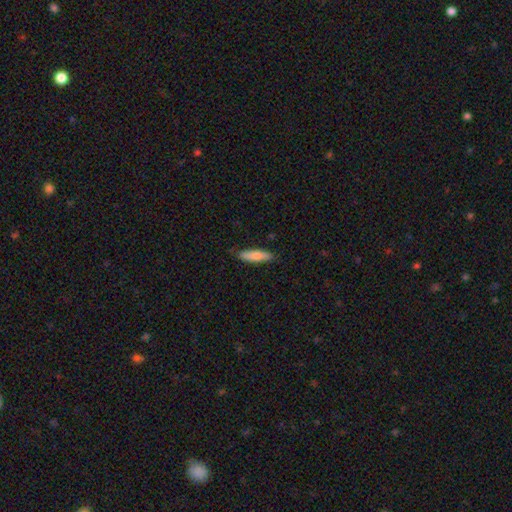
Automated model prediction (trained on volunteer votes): Morphology: type=smooth (79%); roundness=cigar-shaped (68%); merging=none (81%).